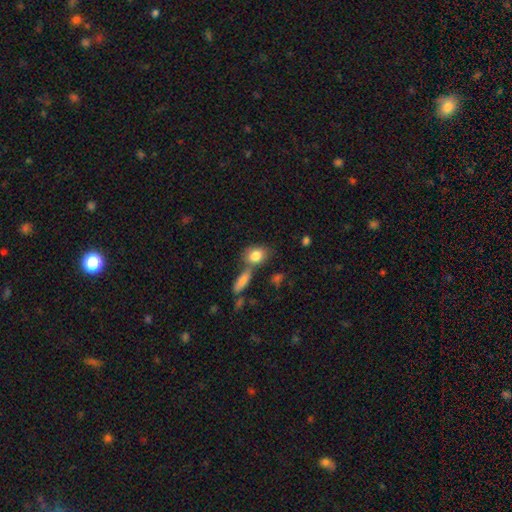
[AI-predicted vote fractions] This appears to be a smooth galaxy with no disk features (82%) that is in between round and cigar-shaped (64%). Merging: none (52%).